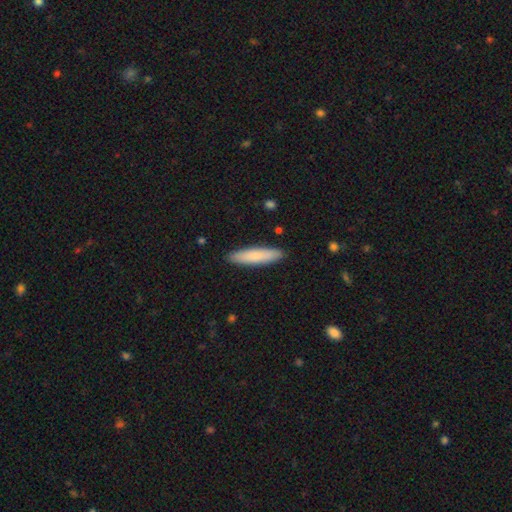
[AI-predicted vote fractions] This is likely a smooth galaxy (78%). How rounded: clearly cigar-shaped (80%). Merging: clearly none (90%).